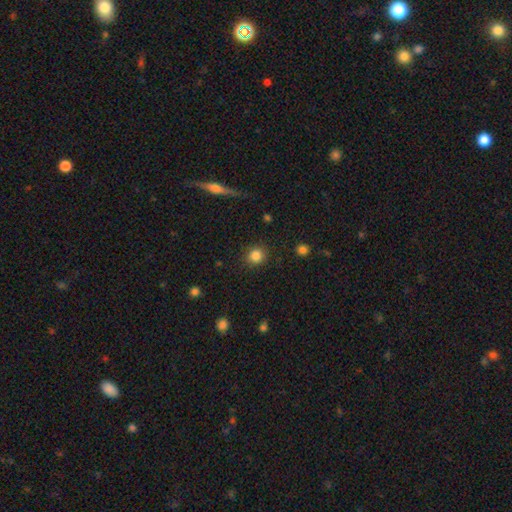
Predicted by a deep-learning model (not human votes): Smooth or featured? smooth (85%)
How rounded? round (88%)
Merging? none (89%)